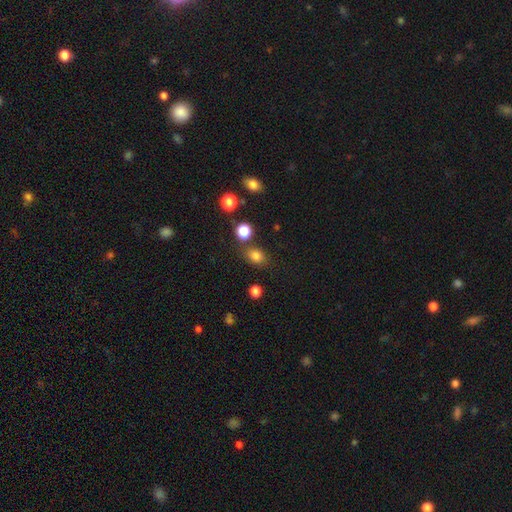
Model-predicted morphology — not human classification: Smooth or featured? smooth (80%)
How rounded? in between (55%)
Merging? none (73%)